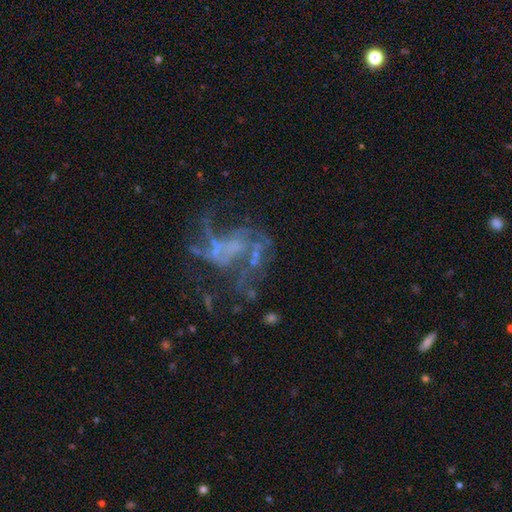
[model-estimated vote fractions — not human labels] Morphology: type=featured or disk (70%); edge-on=no (98%); bar=no (70%); spiral arms=no (50%, tied with yes); bulge=none (67%); merging=major disturbance (41%).